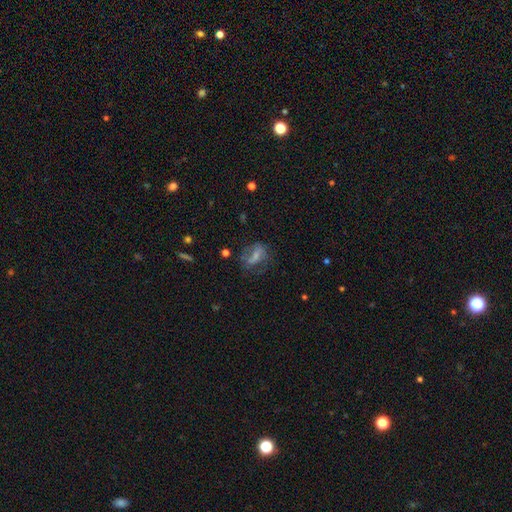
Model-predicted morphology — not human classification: type=smooth (53%); roundness=in between (73%); merging=none (46%).